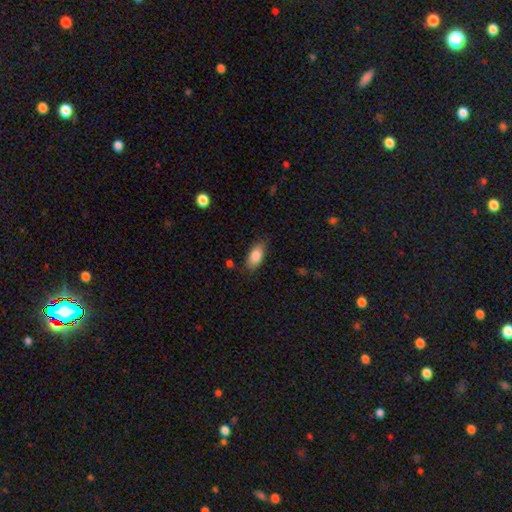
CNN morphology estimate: A smooth galaxy with no disk features (85%) that is in between round and cigar-shaped (90%). Merging: none (82%).